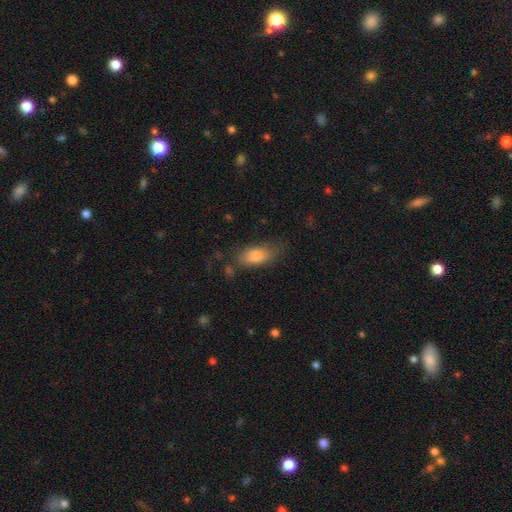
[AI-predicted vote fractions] smooth_or_featured: smooth (p=0.79) [alt: featured or disk p=0.13]
how_rounded: in between (p=0.81) [alt: cigar-shaped p=0.15]
merging: none (p=0.60) [alt: minor disturbance p=0.25]